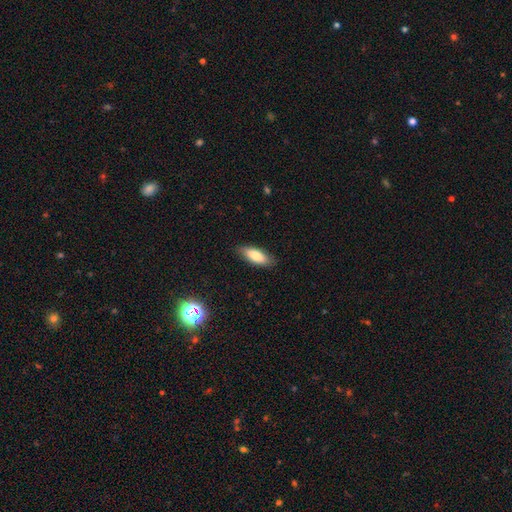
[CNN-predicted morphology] A smooth galaxy with no disk features (82%) that is in between round and cigar-shaped (74%).

Vote fractions:
- Smooth or featured? smooth: 82% / featured or disk: 11% / star or artifact: 7%
- How rounded? in between: 74% / cigar-shaped: 24% / round: 2%
- Merging? none: 85% / minor disturbance: 12% / major disturbance: 2% / merger: 1%